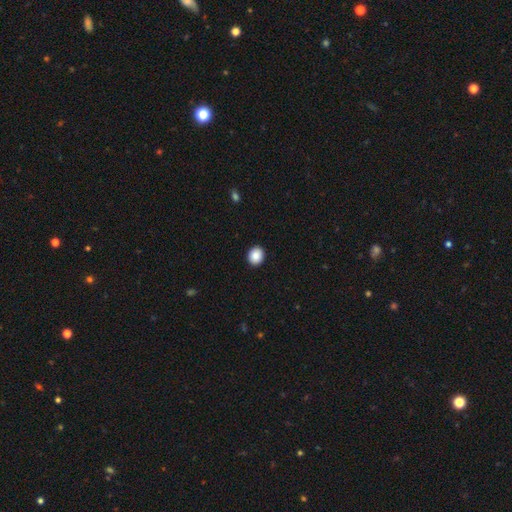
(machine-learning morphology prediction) Overall: smooth (87%). How rounded: round (71%). Merging: none (92%).